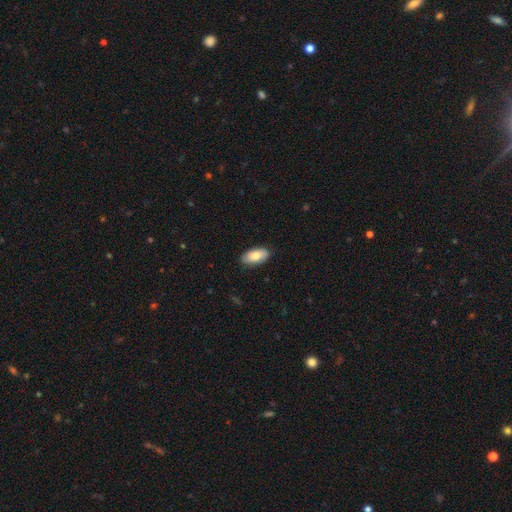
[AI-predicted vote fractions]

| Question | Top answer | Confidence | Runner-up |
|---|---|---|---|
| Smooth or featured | smooth | 78% | featured or disk (17%) |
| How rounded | in between | 93% | cigar-shaped (5%) |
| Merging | none | 86% | minor disturbance (12%) |